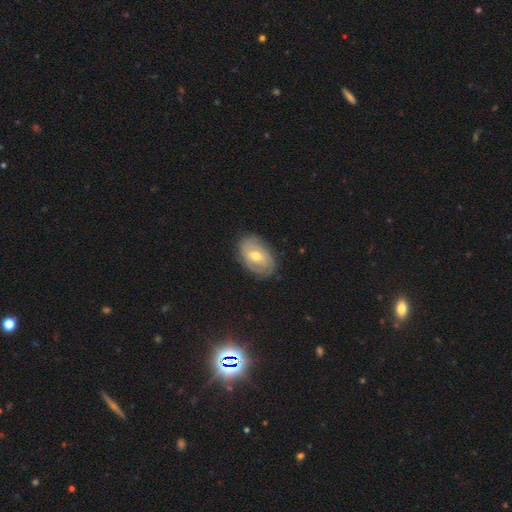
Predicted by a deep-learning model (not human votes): smooth_or_featured: featured or disk (p=0.64) [alt: smooth p=0.29]
disk_edge_on: no (p=0.94) [alt: yes p=0.06]
bar: no (p=0.45) [alt: weak p=0.43]
has_spiral_arms: yes (p=0.77) [alt: no p=0.23]
bulge_size: moderate (p=0.67) [alt: small p=0.28]
merging: none (p=0.79) [alt: minor disturbance p=0.16]